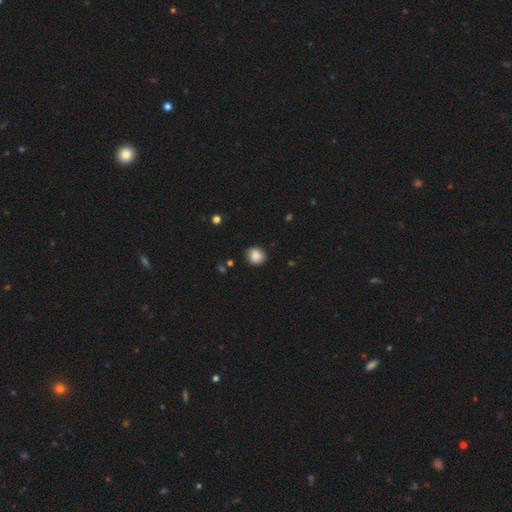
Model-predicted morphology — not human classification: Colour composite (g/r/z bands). It shows a smooth galaxy with no disk features (86%) that is round (84%). Merging: none (87%).